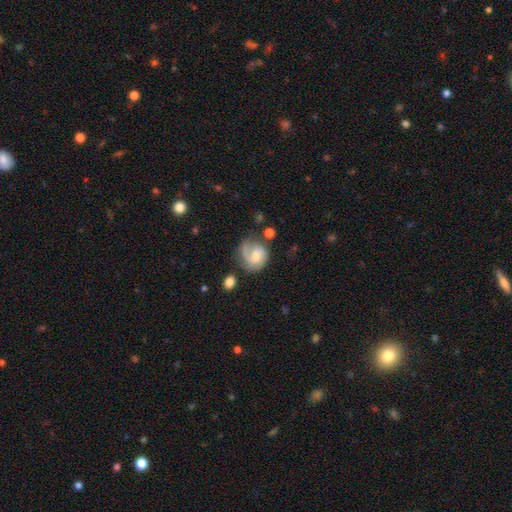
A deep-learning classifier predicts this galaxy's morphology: The model was most divided on "spiral winding": medium: 43%, tight: 32%, loose: 26%. Remaining: edge-on disk — no (98%); spiral arms — yes (90%); smooth or featured — featured or disk (66%); bar — no (58%); merging — none (50%); bulge size — moderate (49%); spiral arm count — 1 (48%).